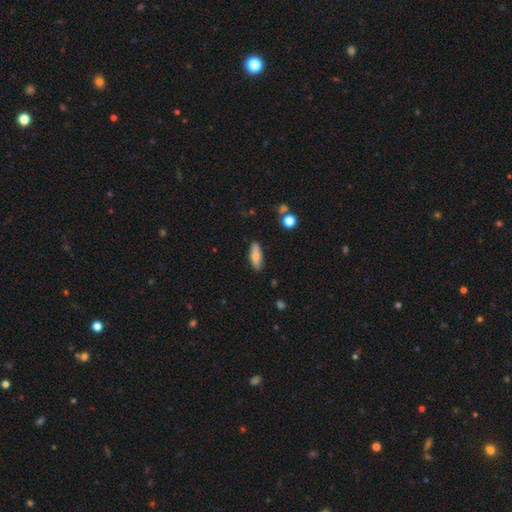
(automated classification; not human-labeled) Smooth or featured: smooth — 79% (featured or disk — 14%)
How rounded: in between — 59% (cigar-shaped — 39%)
Merging: none — 85% (minor disturbance — 11%)